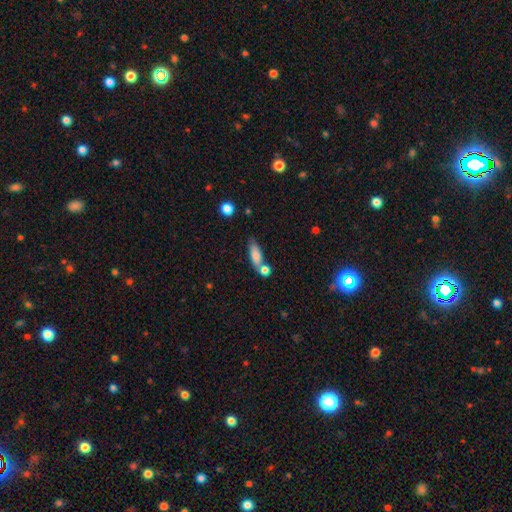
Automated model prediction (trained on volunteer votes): Smooth or featured? Predicted: smooth (p=0.77). How rounded? Predicted: in between (p=0.54). Merging? Predicted: none (p=0.54).